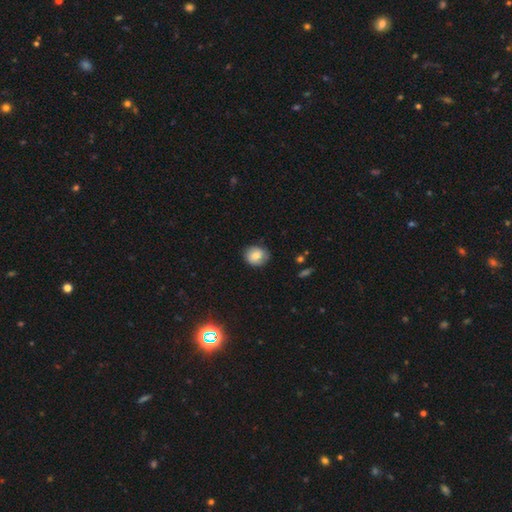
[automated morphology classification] Smooth or featured?
  - smooth: 79% *
  - featured or disk: 12%
  - star or artifact: 9%
How rounded?
  - round: 71% *
  - in between: 28%
  - cigar-shaped: 1%
Merging?
  - none: 81% *
  - minor disturbance: 15%
  - major disturbance: 3%
  - merger: 1%